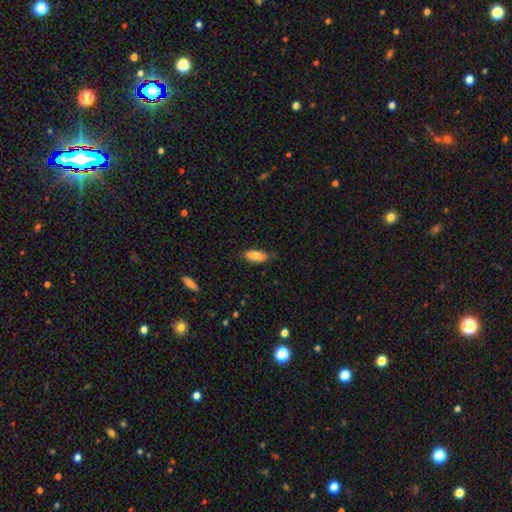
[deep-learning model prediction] This is clearly a smooth galaxy (83%). How rounded: clearly in between (87%). Merging: likely none (75%).